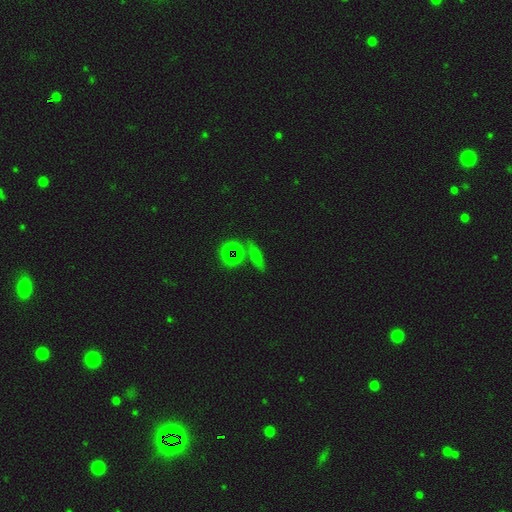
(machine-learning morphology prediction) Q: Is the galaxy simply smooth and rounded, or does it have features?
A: smooth — 43%.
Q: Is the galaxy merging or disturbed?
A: none — 69%.